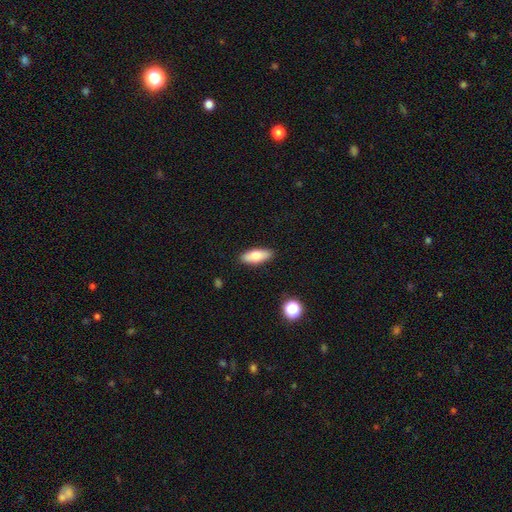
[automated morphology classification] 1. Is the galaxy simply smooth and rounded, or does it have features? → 73% smooth, 20% featured or disk, 7% star or artifact.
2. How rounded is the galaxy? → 76% in between, 21% cigar-shaped, 3% round.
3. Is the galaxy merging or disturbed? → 88% none, 9% minor disturbance, 2% major disturbance, 1% merger.